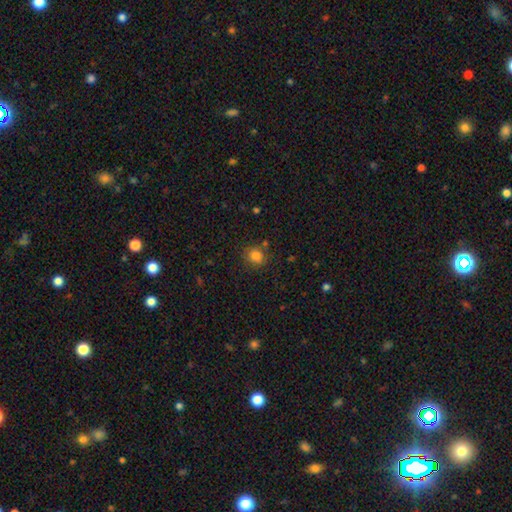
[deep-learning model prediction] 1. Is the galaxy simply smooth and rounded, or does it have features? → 82% smooth, 12% star or artifact, 6% featured or disk.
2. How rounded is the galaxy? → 71% round, 28% in between, 1% cigar-shaped.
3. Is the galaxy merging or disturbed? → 78% none, 13% minor disturbance, 5% merger, 4% major disturbance.